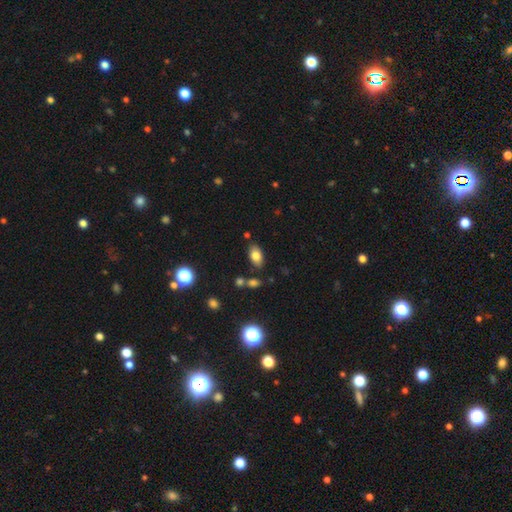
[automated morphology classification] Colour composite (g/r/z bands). It shows a smooth galaxy with no disk features (79%) that is in between round and cigar-shaped (91%). Merging: none (80%).